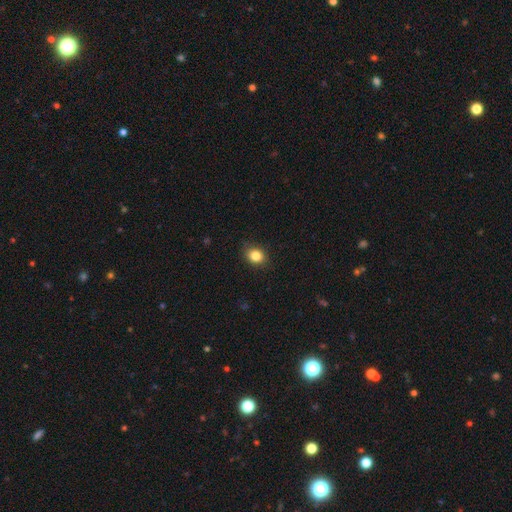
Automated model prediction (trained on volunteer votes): smooth-or-featured: smooth: 85% | star or artifact: 10% | featured or disk: 5%
  how-rounded: round: 50% | in between: 49% | cigar-shaped: 1%
  merging: none: 87% | minor disturbance: 10% | major disturbance: 2% | merger: 1%